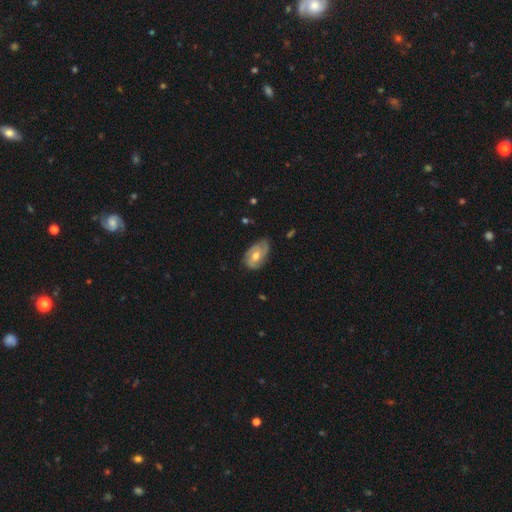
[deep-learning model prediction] Smooth or featured?
  - featured or disk: 59% *
  - smooth: 34%
  - star or artifact: 7%
Edge-on disk?
  - no: 94% *
  - yes: 6%
Bar?
  - no: 58% *
  - weak: 33%
  - strong: 8%
Spiral arms?
  - yes: 81% *
  - no: 19%
Bulge size?
  - moderate: 72% *
  - small: 20%
  - large: 6%
  - none: 1%
  - dominant: 1%
Merging?
  - none: 64% *
  - minor disturbance: 27%
  - major disturbance: 7%
  - merger: 1%